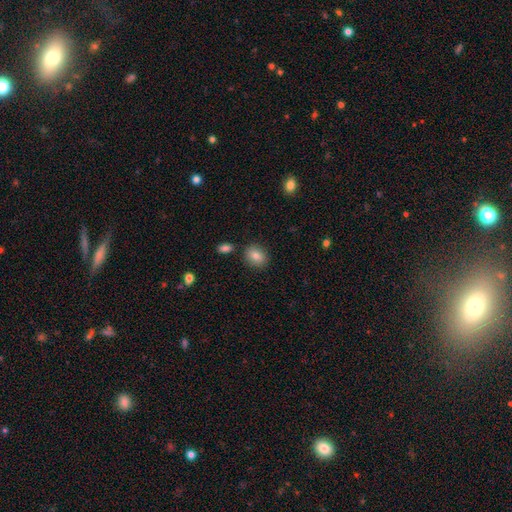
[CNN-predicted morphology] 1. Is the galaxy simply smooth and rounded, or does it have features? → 84% smooth, 8% star or artifact, 8% featured or disk.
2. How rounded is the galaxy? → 54% in between, 45% round, 1% cigar-shaped.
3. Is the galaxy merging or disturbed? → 85% none, 9% minor disturbance, 4% merger, 2% major disturbance.